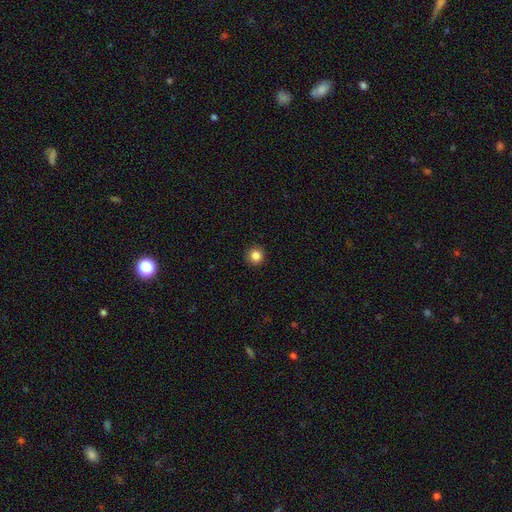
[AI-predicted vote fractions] smooth_or_featured: smooth (p=0.85) [alt: star or artifact p=0.11]
how_rounded: round (p=0.95) [alt: in between p=0.04]
merging: none (p=0.93) [alt: minor disturbance p=0.05]